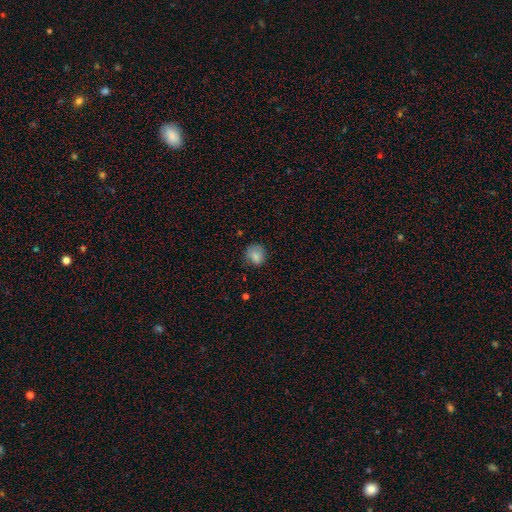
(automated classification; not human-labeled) Smooth or featured? Predicted: smooth (p=0.82). How rounded? Predicted: round (p=0.75). Merging? Predicted: none (p=0.73).